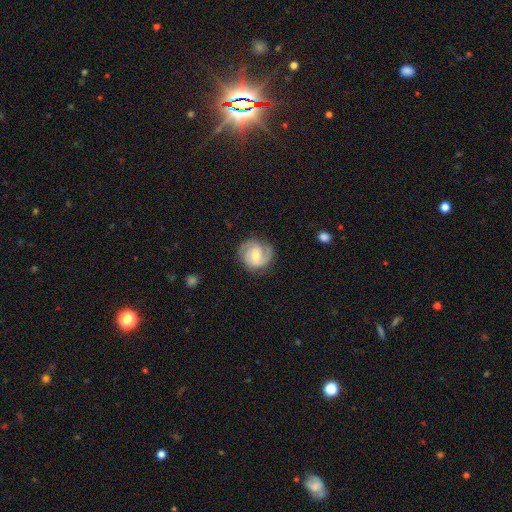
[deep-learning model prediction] Morphology: type=featured or disk (82%); edge-on=no (98%); bar=weak (46%); spiral arms=yes (97%); winding=tight (51%); arm count=2 (54%); bulge=moderate (61%); merging=none (81%).